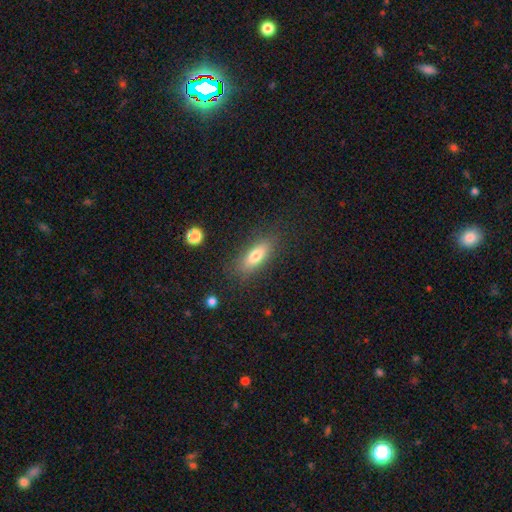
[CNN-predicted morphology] smooth_or_featured: smooth (p=0.72) [alt: featured or disk p=0.20]
how_rounded: in between (p=0.64) [alt: cigar-shaped p=0.33]
merging: none (p=0.82) [alt: minor disturbance p=0.12]